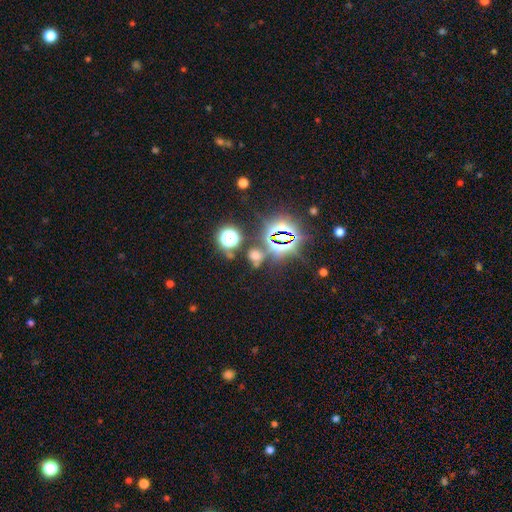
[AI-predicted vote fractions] The model was most divided on "smooth or featured": star or artifact: 55%, smooth: 36%, featured or disk: 9%.